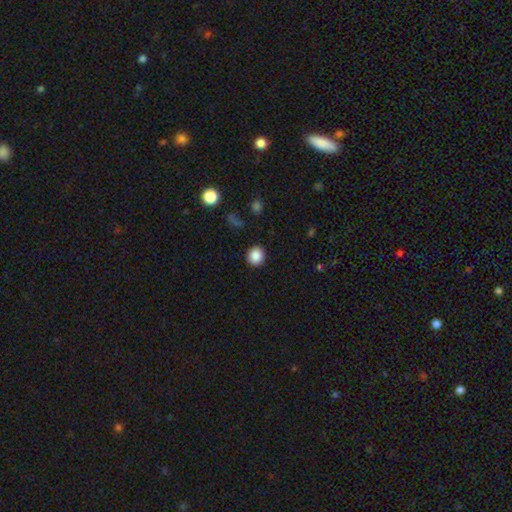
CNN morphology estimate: Smooth or featured? Predicted: smooth (p=0.87). How rounded? Predicted: round (p=0.85). Merging? Predicted: none (p=0.91).